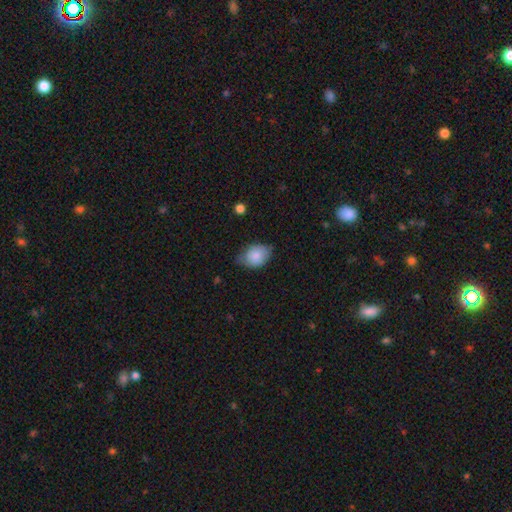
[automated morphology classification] smooth-or-featured: smooth: 82% | featured or disk: 11% | star or artifact: 7%
  how-rounded: in between: 71% | round: 28% | cigar-shaped: 1%
  merging: none: 54% | minor disturbance: 37% | major disturbance: 7% | merger: 2%